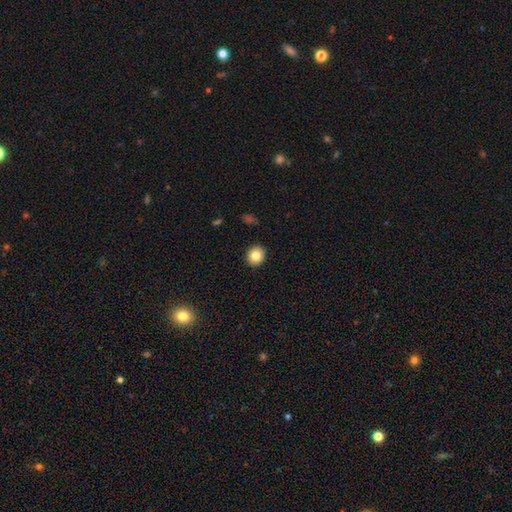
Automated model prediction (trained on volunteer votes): This appears to be a smooth galaxy with no disk features (83%) that is round (83%). Merging: none (92%).